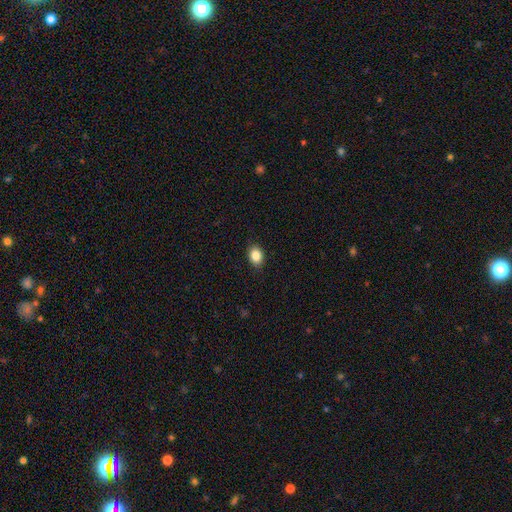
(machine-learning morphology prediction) The model was most divided on "how rounded": in between: 65%, round: 34%, cigar-shaped: 1%. More confident: merging — none (89%); smooth or featured — smooth (86%).